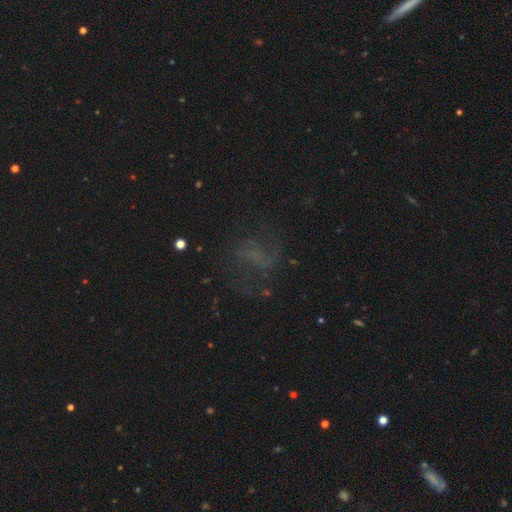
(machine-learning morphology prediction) Smooth or featured: featured or disk — 41% (star or artifact — 30%)
Merging: none — 57% (major disturbance — 23%)